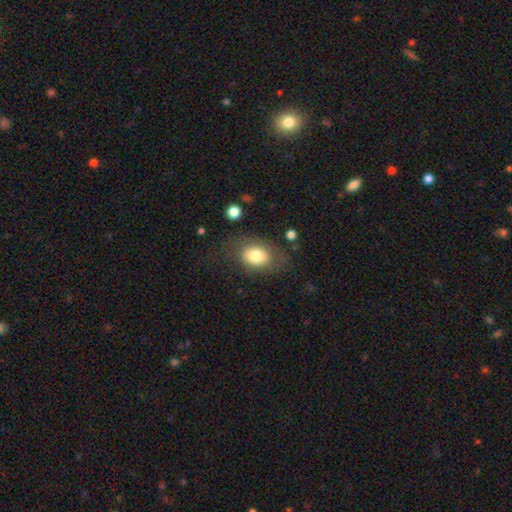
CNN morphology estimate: smooth-or-featured: smooth: 77% | featured or disk: 15% | star or artifact: 8%
  how-rounded: in between: 72% | round: 27% | cigar-shaped: 1%
  merging: none: 64% | minor disturbance: 21% | major disturbance: 14% | merger: 2%